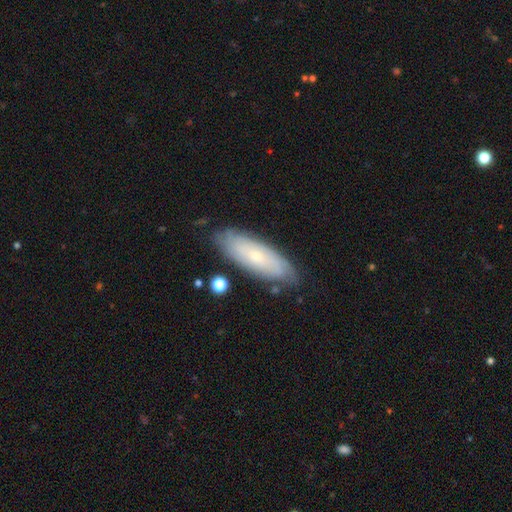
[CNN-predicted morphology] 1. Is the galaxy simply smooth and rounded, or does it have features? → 49% featured or disk, 44% smooth, 7% star or artifact.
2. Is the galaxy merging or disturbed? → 79% none, 16% minor disturbance, 3% major disturbance, 2% merger.